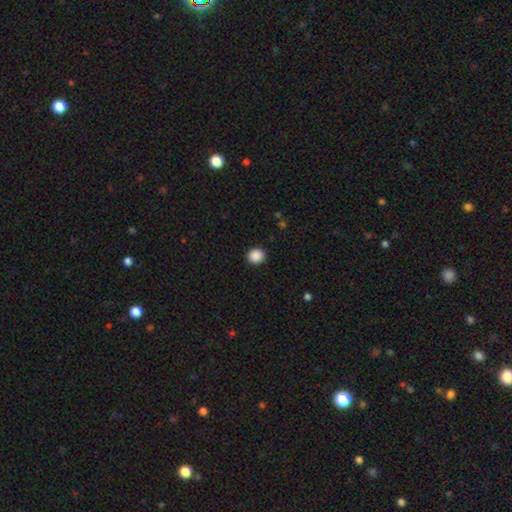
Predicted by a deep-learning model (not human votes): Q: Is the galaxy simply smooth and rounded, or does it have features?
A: smooth — 88%.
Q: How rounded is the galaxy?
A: round — 88%.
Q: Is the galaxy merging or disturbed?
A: none — 91%.